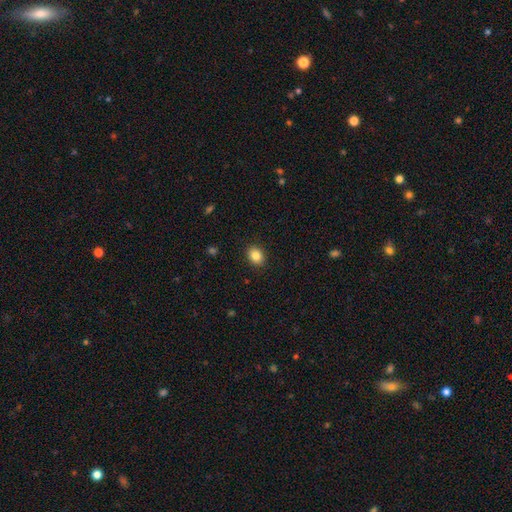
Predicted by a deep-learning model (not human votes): This is clearly a smooth galaxy (85%). How rounded: possibly in between (51%). Merging: clearly none (90%).